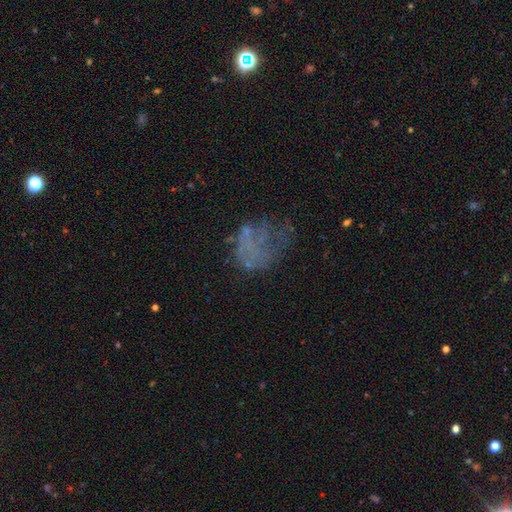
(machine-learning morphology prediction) smooth_or_featured: featured or disk (p=0.48) [alt: smooth p=0.32]
merging: major disturbance (p=0.41) [alt: none p=0.36]